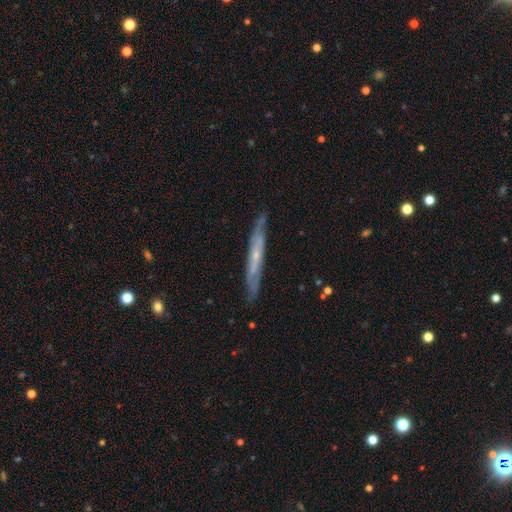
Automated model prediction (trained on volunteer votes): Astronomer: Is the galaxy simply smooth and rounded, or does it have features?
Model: featured or disk — 65%.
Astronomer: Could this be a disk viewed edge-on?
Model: yes — 80%.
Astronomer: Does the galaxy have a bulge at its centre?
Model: none — 64%.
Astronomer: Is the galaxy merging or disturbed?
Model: none — 82%.